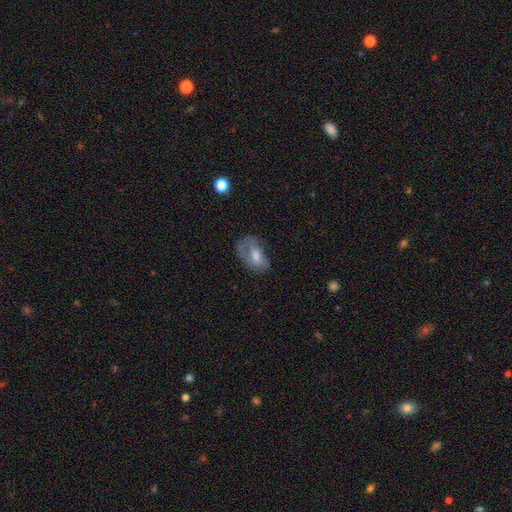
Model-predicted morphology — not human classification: Overall: featured or disk (47%; smooth 43%). Merging: none (43%; major disturbance 28%).